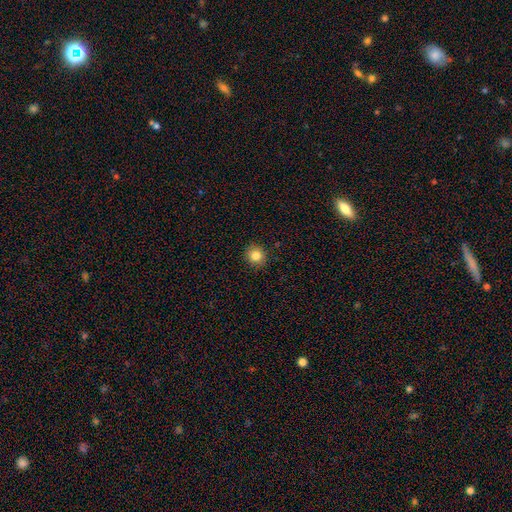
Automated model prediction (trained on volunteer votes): A smooth galaxy with no disk features (83%) that is round (87%). Merging: none (91%).